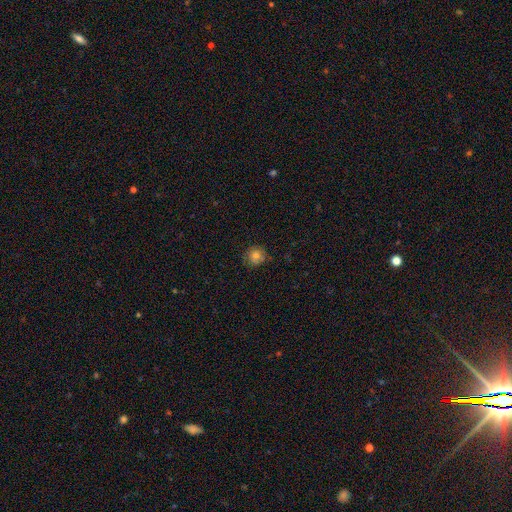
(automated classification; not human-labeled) Smooth or featured?
  - smooth: 78% *
  - star or artifact: 12%
  - featured or disk: 10%
How rounded?
  - round: 91% *
  - in between: 8%
  - cigar-shaped: 1%
Merging?
  - none: 81% *
  - minor disturbance: 15%
  - major disturbance: 3%
  - merger: 1%